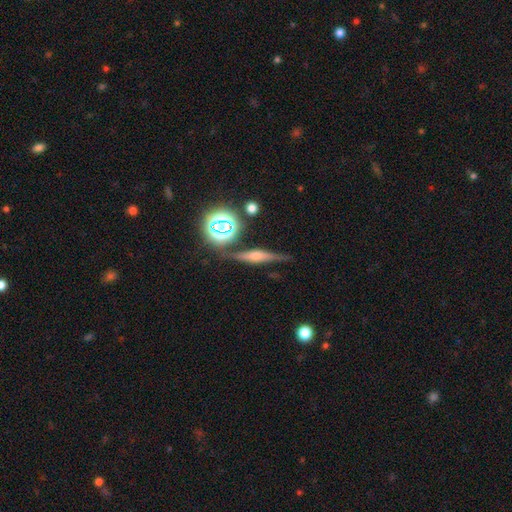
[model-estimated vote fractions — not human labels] Smooth or featured? Predicted: featured or disk (p=0.65). Edge-on disk? Predicted: yes (p=0.94). Edge-on bulge? Predicted: rounded (p=0.79). Merging? Predicted: none (p=0.83).